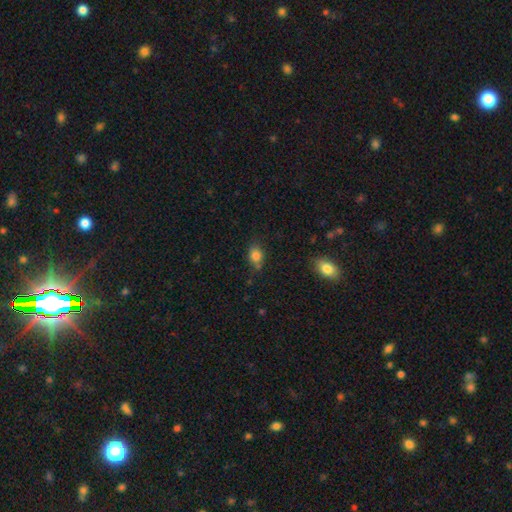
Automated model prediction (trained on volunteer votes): Overall: smooth (82%). How rounded: in between (67%; round 31%). Merging: none (66%).